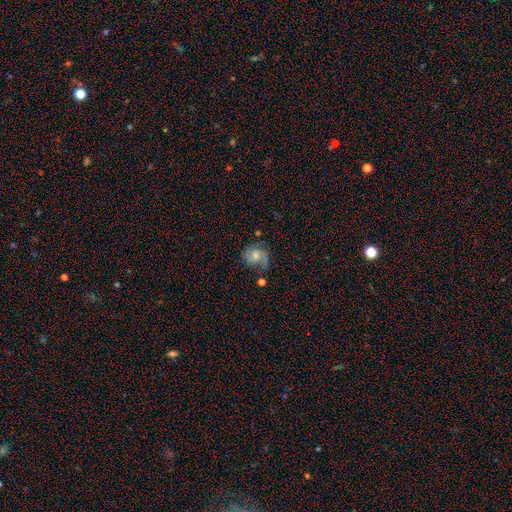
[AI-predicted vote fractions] smooth-or-featured: featured or disk: 53% | smooth: 37% | star or artifact: 10%
  disk-edge-on: no: 97% | yes: 3%
    bar: no: 72% | weak: 25% | strong: 4%
    has-spiral-arms: yes: 83% | no: 17%
    bulge-size: moderate: 49% | small: 37% | large: 6% | none: 6% | dominant: 2%
  merging: none: 52% | minor disturbance: 25% | major disturbance: 17% | merger: 5%